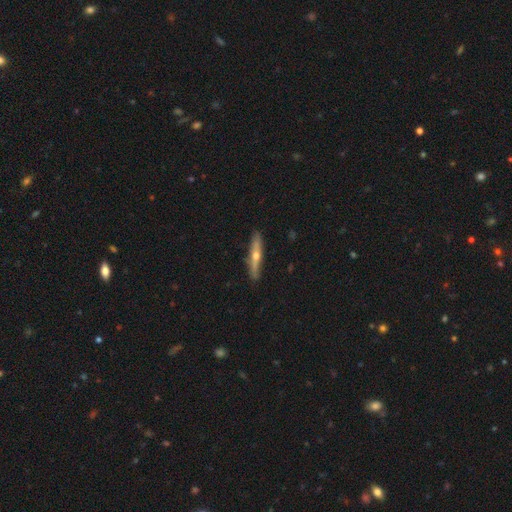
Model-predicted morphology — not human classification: featured or disk 63%, smooth 31%, star or artifact 6%. Down the decision tree: edge-on disk — yes (93%); edge-on bulge — rounded (90%); merging — none (89%).